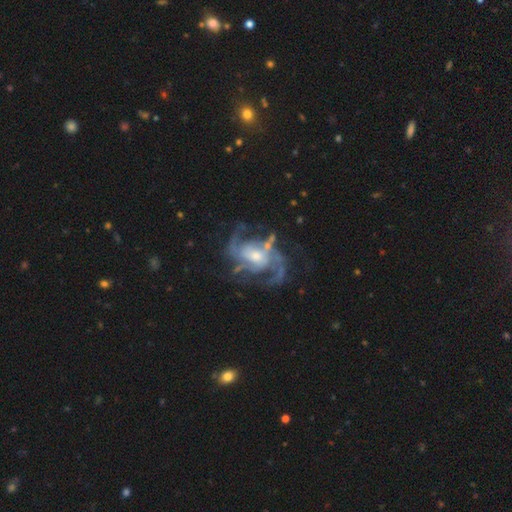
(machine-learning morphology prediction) Smooth or featured? featured or disk (89%)
Edge-on disk? no (98%)
Bar? no (56%)
Spiral arms? yes (96%)
Spiral winding? medium (51%)
Spiral arm count? 2 (34%)
Bulge size? moderate (49%)
Merging? none (61%)